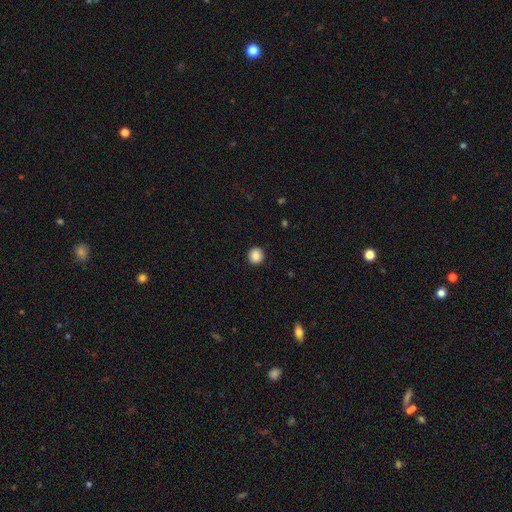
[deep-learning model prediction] smooth-or-featured: smooth: 88% | star or artifact: 9% | featured or disk: 3%
  how-rounded: round: 93% | in between: 6% | cigar-shaped: 1%
  merging: none: 92% | minor disturbance: 5% | major disturbance: 2% | merger: 1%